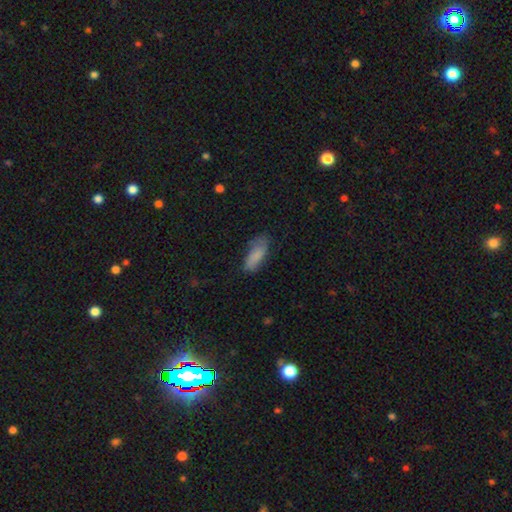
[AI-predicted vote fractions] Smooth or featured: smooth — 81% (featured or disk — 12%)
How rounded: in between — 76% (cigar-shaped — 22%)
Merging: none — 57% (minor disturbance — 30%)